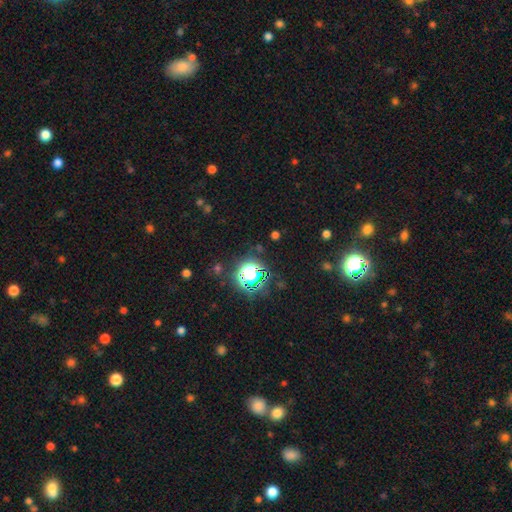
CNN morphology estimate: smooth_or_featured: star or artifact (p=0.79) [alt: smooth p=0.14]